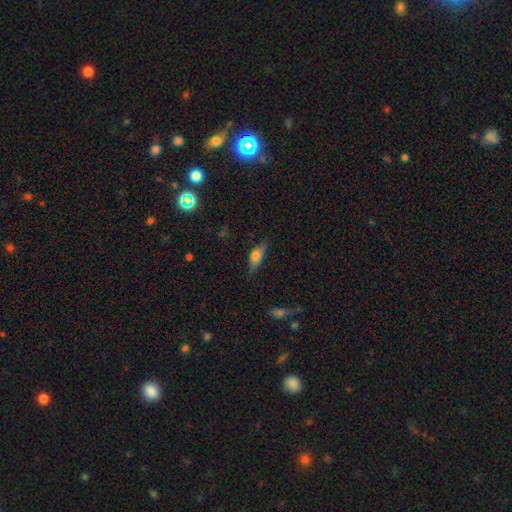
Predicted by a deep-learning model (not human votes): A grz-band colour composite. It shows a smooth galaxy with no disk features (63%) that is in between round and cigar-shaped (66%). Merging: none (68%).